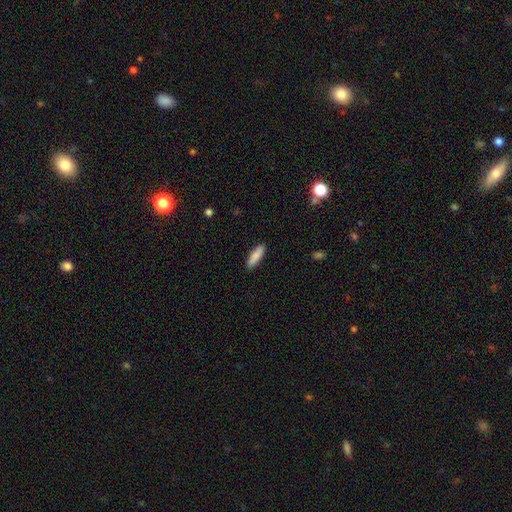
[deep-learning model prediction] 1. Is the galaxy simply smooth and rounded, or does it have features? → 86% smooth, 8% featured or disk, 6% star or artifact.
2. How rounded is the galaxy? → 50% cigar-shaped, 48% in between, 2% round.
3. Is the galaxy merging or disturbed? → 88% none, 9% minor disturbance, 2% major disturbance, 1% merger.